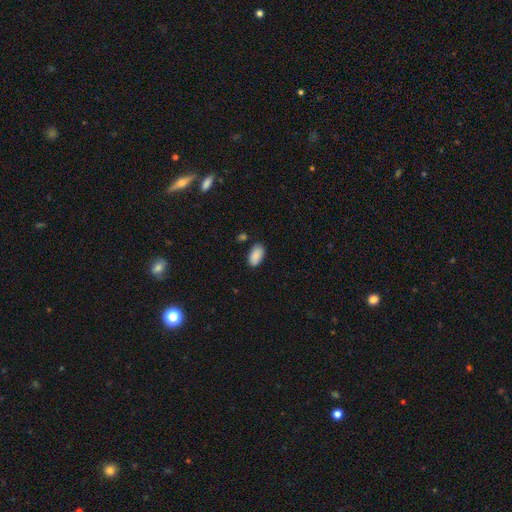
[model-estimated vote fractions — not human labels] Smooth or featured? smooth (89%)
How rounded? in between (95%)
Merging? none (82%)